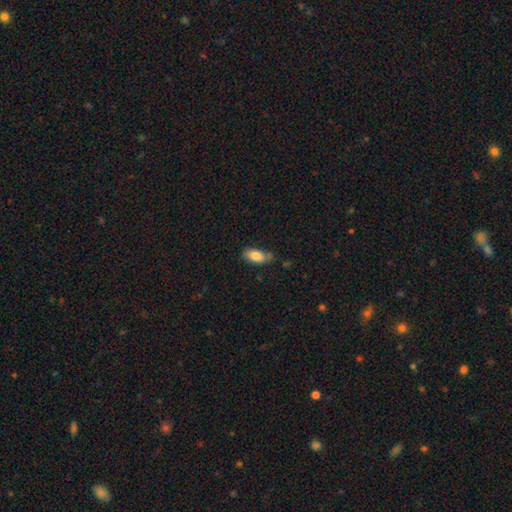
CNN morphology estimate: Overall: smooth (82%). How rounded: in between (88%). Merging: none (66%).